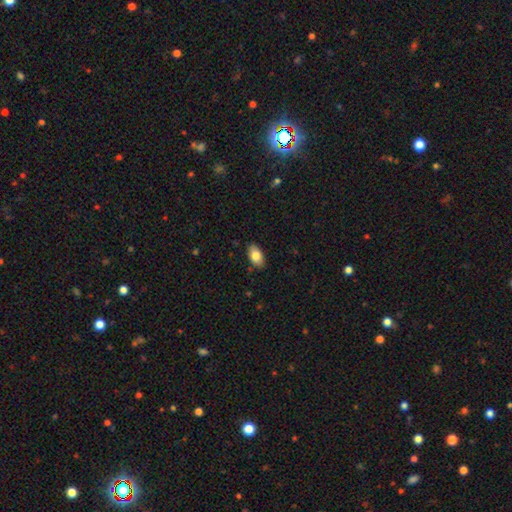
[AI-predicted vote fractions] Q: Smooth or featured?
A: smooth (82%); runner-up: featured or disk (11%)
Q: How rounded?
A: in between (93%); runner-up: round (5%)
Q: Merging?
A: none (87%); runner-up: minor disturbance (10%)